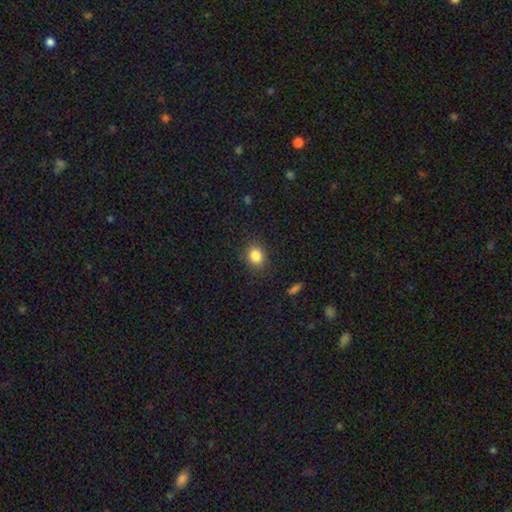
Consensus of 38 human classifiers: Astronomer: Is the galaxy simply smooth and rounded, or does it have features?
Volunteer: smooth — 95%.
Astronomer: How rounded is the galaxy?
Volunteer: round — 64%.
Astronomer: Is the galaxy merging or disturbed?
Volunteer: none — 78%.